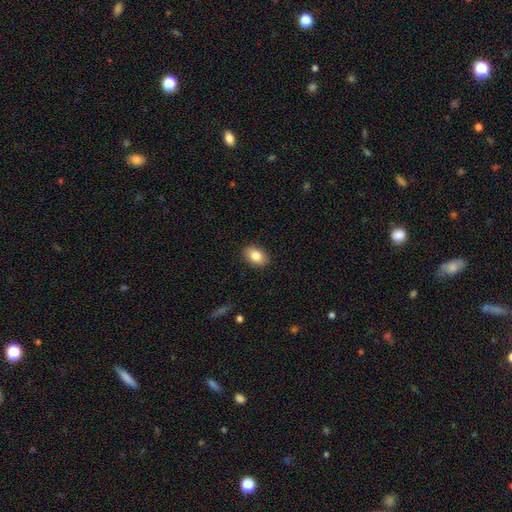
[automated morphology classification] Q: Smooth or featured?
A: smooth (83%); runner-up: featured or disk (9%)
Q: How rounded?
A: in between (81%); runner-up: round (17%)
Q: Merging?
A: none (89%); runner-up: minor disturbance (8%)